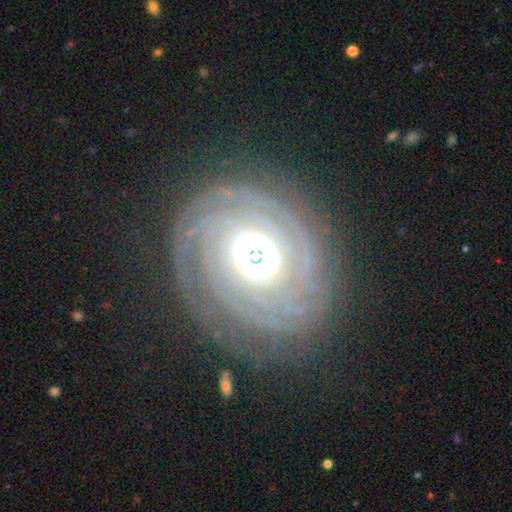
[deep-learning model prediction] Smooth or featured? Predicted: featured or disk (p=0.85). Edge-on disk? Predicted: no (p=0.97). Bar? Predicted: no (p=0.77). Spiral arms? Predicted: yes (p=0.96). Spiral winding? Predicted: tight (p=0.87). Spiral arm count? Predicted: can't tell (p=0.30). Bulge size? Predicted: moderate (p=0.44). Merging? Predicted: none (p=0.79).